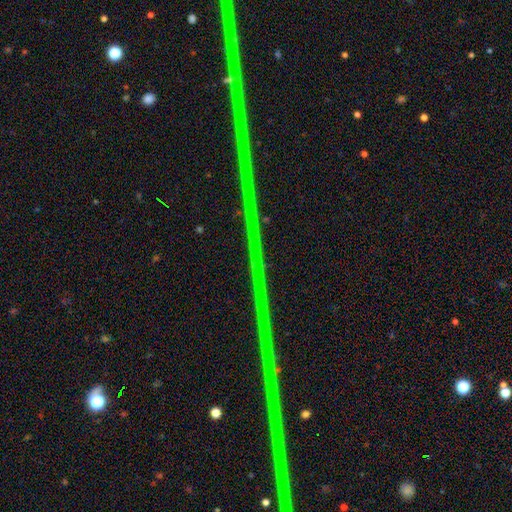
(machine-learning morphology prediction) Smooth or featured? Predicted: star or artifact (p=0.88).